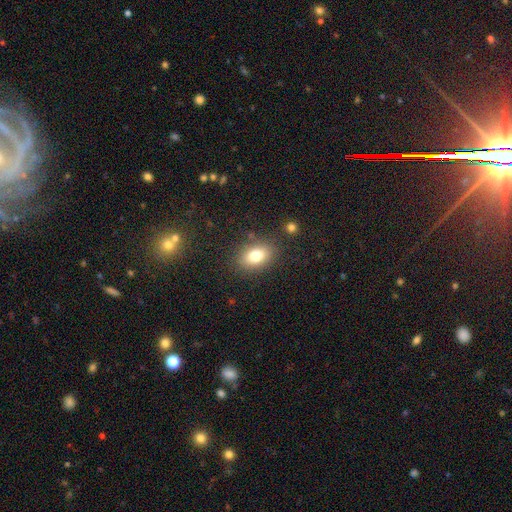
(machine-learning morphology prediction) Smooth or featured? Predicted: smooth (p=0.78). How rounded? Predicted: in between (p=0.78). Merging? Predicted: none (p=0.82).